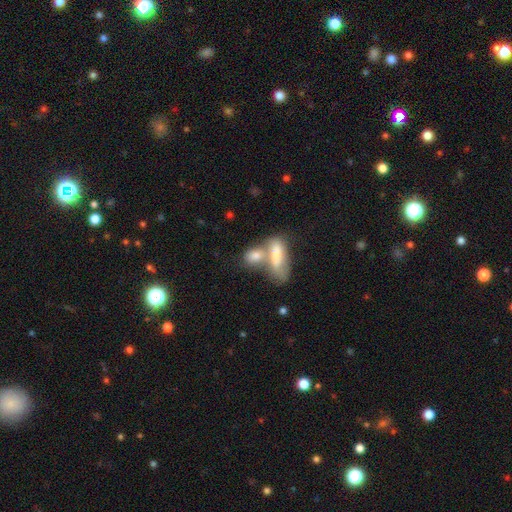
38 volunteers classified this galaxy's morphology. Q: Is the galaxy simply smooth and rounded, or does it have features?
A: smooth — 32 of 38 (84%).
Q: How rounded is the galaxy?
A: in between — 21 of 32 (66%).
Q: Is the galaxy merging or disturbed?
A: merger — 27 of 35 (77%).